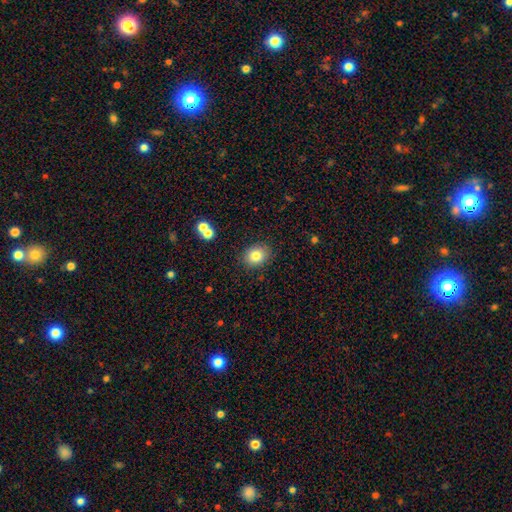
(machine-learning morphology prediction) Smooth or featured?
  - smooth: 81% *
  - star or artifact: 10%
  - featured or disk: 9%
How rounded?
  - round: 55% *
  - in between: 44%
  - cigar-shaped: 1%
Merging?
  - none: 85% *
  - minor disturbance: 9%
  - merger: 3%
  - major disturbance: 3%